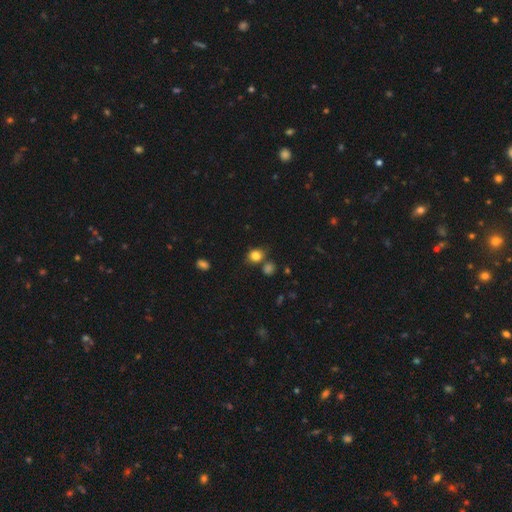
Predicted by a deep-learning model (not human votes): A smooth galaxy with no disk features (82%) that is round (65%).

Vote fractions:
- Smooth or featured? smooth: 82% / star or artifact: 12% / featured or disk: 6%
- How rounded? round: 65% / in between: 34% / cigar-shaped: 1%
- Merging? none: 70% / minor disturbance: 14% / merger: 12% / major disturbance: 4%